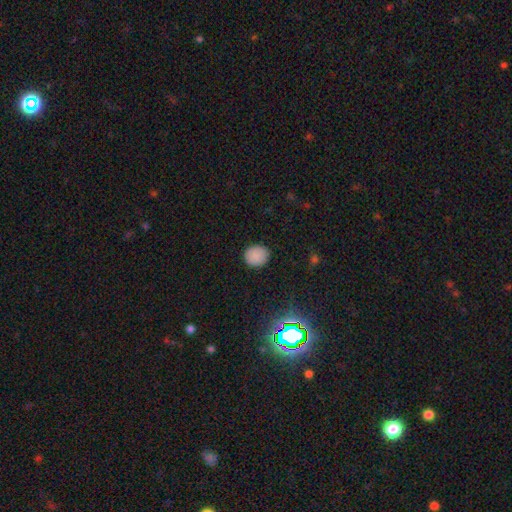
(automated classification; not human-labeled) Smooth or featured? Predicted: smooth (p=0.85). How rounded? Predicted: round (p=0.76). Merging? Predicted: none (p=0.88).